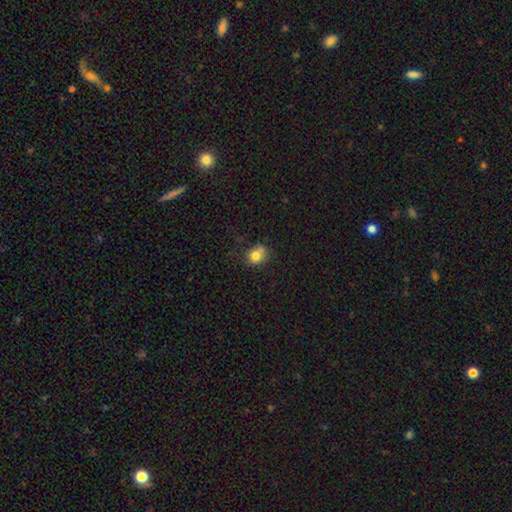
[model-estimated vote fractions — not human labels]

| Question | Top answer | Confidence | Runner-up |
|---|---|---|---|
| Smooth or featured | smooth | 79% | star or artifact (11%) |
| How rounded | round | 65% | in between (34%) |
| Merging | none | 54% | minor disturbance (26%) |